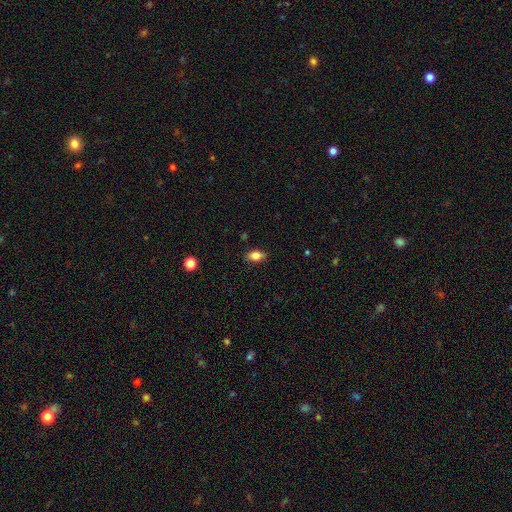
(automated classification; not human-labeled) The model was most divided on "merging": none: 84%, minor disturbance: 12%, major disturbance: 2%, merger: 1%. More confident: how rounded — in between (86%); smooth or featured — smooth (82%).